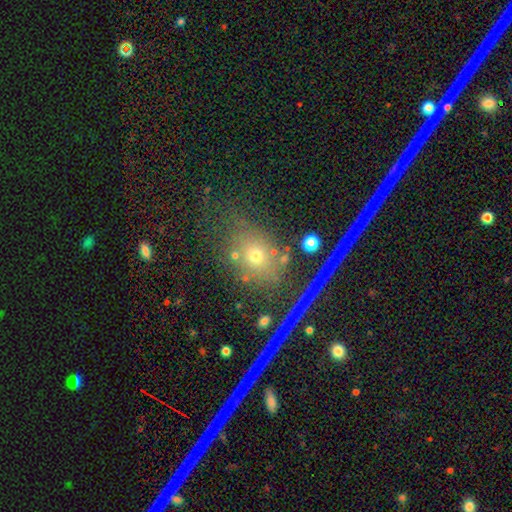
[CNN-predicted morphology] A smooth galaxy with no disk features (57%) that is round (52%).

Vote fractions:
- Smooth or featured? smooth: 57% / star or artifact: 25% / featured or disk: 18%
- How rounded? round: 52% / in between: 42% / cigar-shaped: 6%
- Merging? none: 71% / minor disturbance: 13% / merger: 8% / major disturbance: 8%